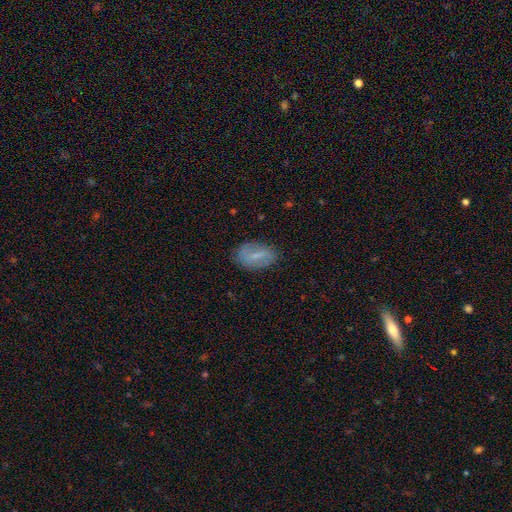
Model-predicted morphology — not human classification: This is possibly a smooth galaxy (48%). Merging: likely none (78%).